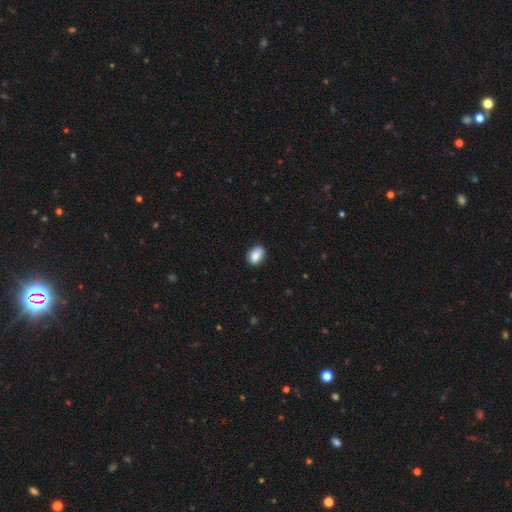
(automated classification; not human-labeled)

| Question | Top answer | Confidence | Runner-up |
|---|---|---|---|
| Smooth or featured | smooth | 85% | star or artifact (8%) |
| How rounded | in between | 76% | round (23%) |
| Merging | none | 77% | minor disturbance (18%) |